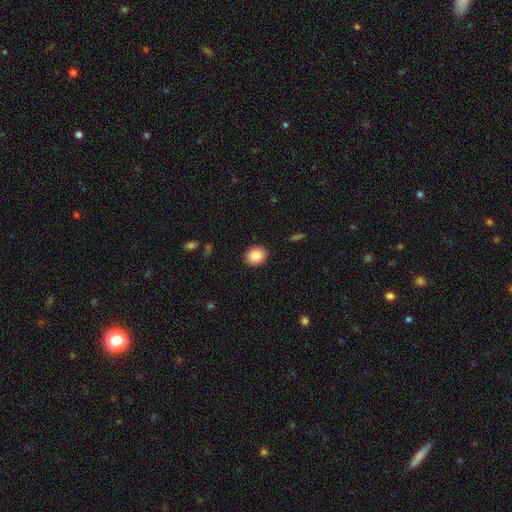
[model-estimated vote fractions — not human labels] Overall: smooth (84%). How rounded: round (62%; in between 37%). Merging: none (91%).